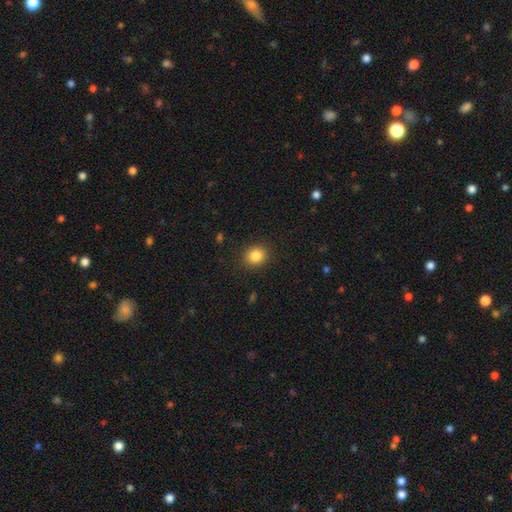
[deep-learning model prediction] This is clearly a smooth galaxy (85%). How rounded: likely round (74%). Merging: clearly none (89%).